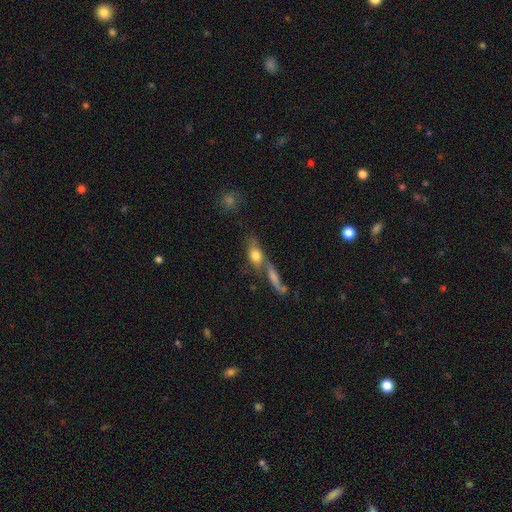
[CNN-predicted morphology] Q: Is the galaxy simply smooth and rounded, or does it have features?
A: smooth — 69%.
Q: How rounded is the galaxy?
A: in between — 66%.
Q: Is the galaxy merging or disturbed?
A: merger — 46%.